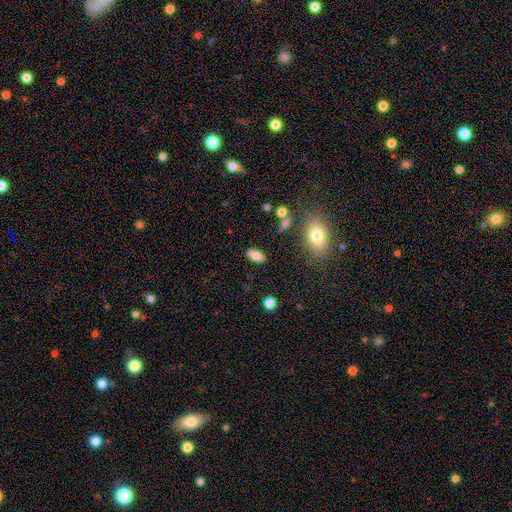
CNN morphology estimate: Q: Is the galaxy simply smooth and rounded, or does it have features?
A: smooth — 82%.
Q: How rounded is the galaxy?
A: in between — 86%.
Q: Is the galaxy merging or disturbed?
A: none — 85%.